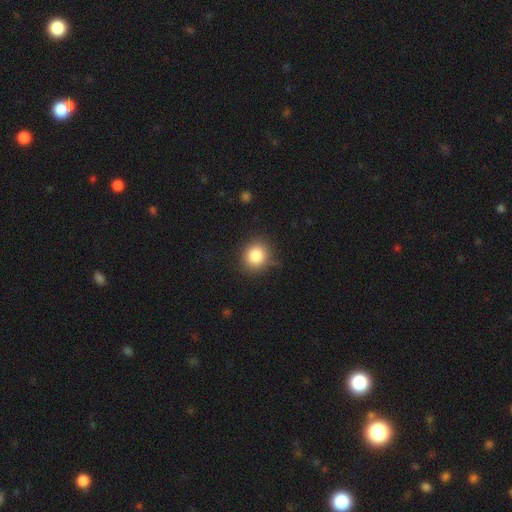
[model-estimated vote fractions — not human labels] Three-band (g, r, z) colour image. It shows a smooth galaxy with no disk features (83%) that is round (84%). Merging: none (85%).